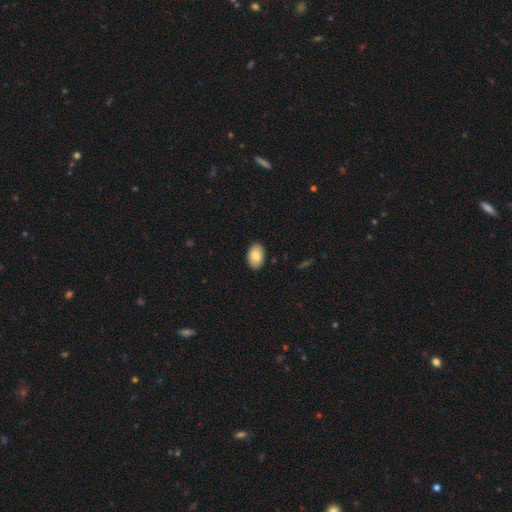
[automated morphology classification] Smooth or featured? smooth (82%)
How rounded? in between (91%)
Merging? none (89%)